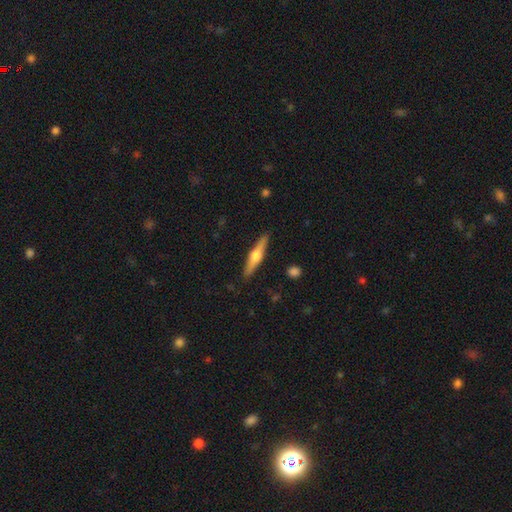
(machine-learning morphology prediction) A featured or disk galaxy (62%) viewed edge-on (97%) with a rounded central bulge (93%).

Vote fractions:
- Smooth or featured? featured or disk: 62% / smooth: 32% / star or artifact: 6%
- Edge-on disk? yes: 97% / no: 3%
- Edge-on bulge? rounded: 93% / boxy: 5% / none: 3%
- Merging? none: 90% / minor disturbance: 8% / major disturbance: 2% / merger: 1%